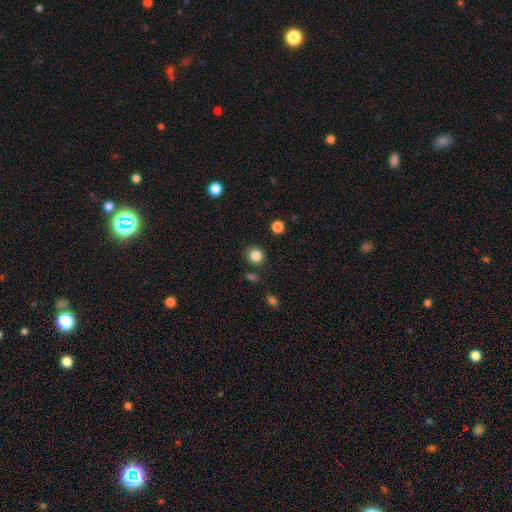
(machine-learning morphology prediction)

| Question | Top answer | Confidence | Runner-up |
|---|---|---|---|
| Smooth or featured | smooth | 85% | star or artifact (12%) |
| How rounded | round | 90% | in between (9%) |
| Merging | none | 87% | minor disturbance (7%) |